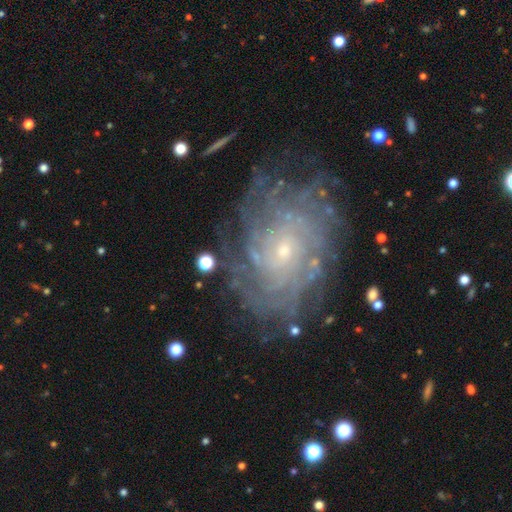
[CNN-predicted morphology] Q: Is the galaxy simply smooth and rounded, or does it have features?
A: featured or disk — 85%.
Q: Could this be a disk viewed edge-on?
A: no — 97%.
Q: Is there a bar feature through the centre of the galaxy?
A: no — 74%.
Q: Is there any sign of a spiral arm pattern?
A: yes — 95%.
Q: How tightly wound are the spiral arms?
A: tight — 73%.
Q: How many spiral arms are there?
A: can't tell — 35%.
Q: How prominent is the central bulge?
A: small — 72%.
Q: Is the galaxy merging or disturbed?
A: none — 72%.